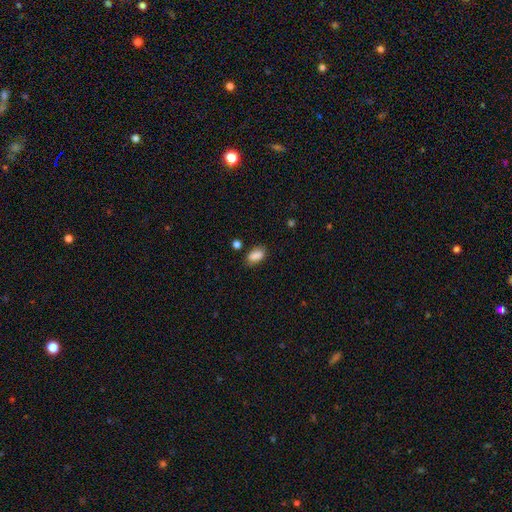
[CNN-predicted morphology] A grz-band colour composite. It shows a smooth galaxy with no disk features (86%) that is in between round and cigar-shaped (88%). Merging: none (74%).